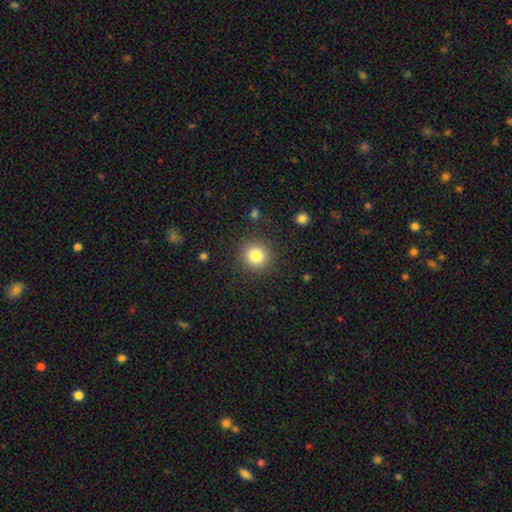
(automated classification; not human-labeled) smooth-or-featured: smooth: 82% | star or artifact: 11% | featured or disk: 7%
  how-rounded: round: 93% | in between: 6% | cigar-shaped: 1%
  merging: none: 89% | minor disturbance: 7% | major disturbance: 3% | merger: 1%